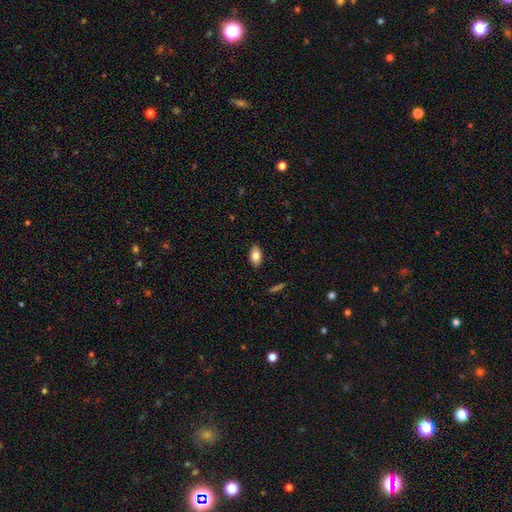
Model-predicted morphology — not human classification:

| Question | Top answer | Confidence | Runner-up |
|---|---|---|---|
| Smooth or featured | smooth | 82% | featured or disk (10%) |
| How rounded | in between | 92% | round (6%) |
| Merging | none | 88% | minor disturbance (9%) |